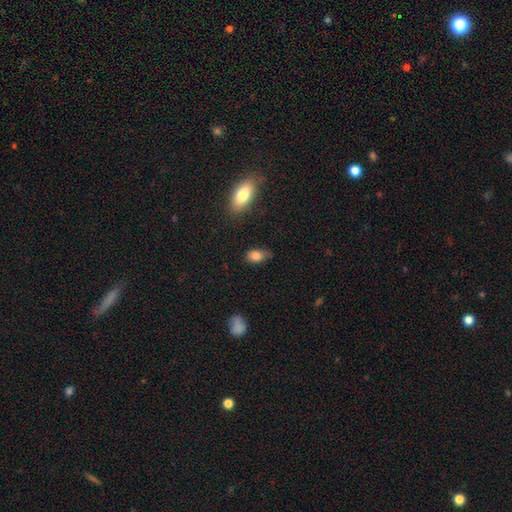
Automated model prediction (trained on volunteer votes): smooth 84%, star or artifact 9%, featured or disk 7%. Down the decision tree: how rounded — in between (83%); merging — none (54%).